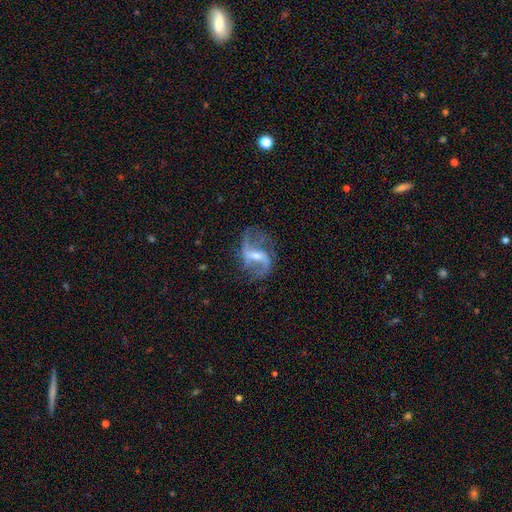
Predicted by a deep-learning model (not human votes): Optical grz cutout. It shows a featured or disk galaxy (89%) with a weak bar (44%), 2 (89%) loose (65%) spiral arms (96%) and a small central bulge (50%). Merging: none (72%).